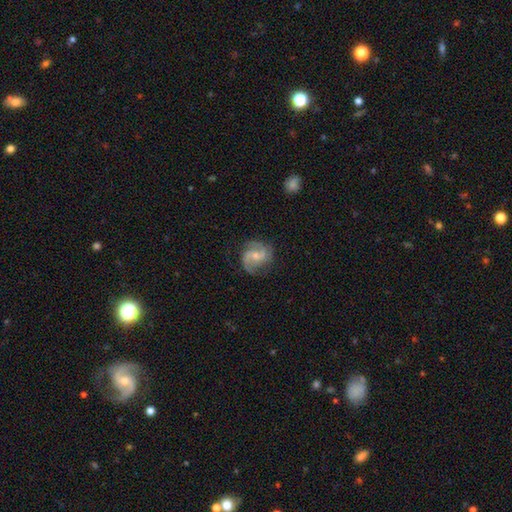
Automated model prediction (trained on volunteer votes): featured or disk 84%, smooth 10%, star or artifact 6%. Down the decision tree: edge-on disk — no (98%); bar — no (53%); spiral arms — yes (97%); spiral arm count — 2 (73%); spiral winding — medium (55%); bulge size — small (58%); merging — none (74%).